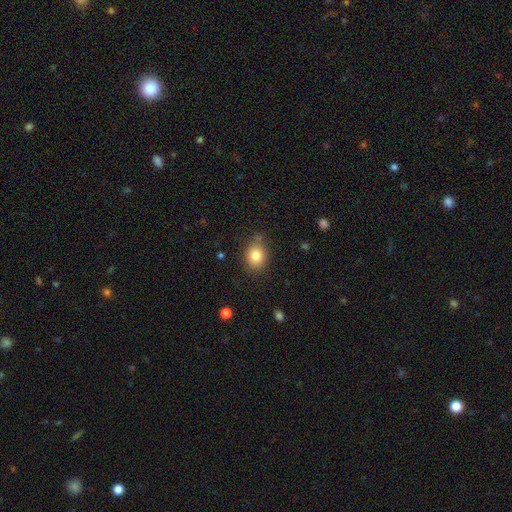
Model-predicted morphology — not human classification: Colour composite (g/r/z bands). It shows a smooth galaxy with no disk features (82%) that is round (57%). Merging: none (78%).